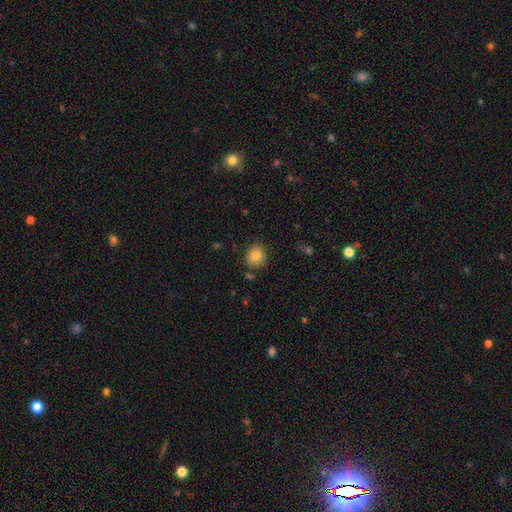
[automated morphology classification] The model was most divided on "how rounded": round: 81%, in between: 18%, cigar-shaped: 1%. More confident: smooth or featured — smooth (83%); merging — none (82%).